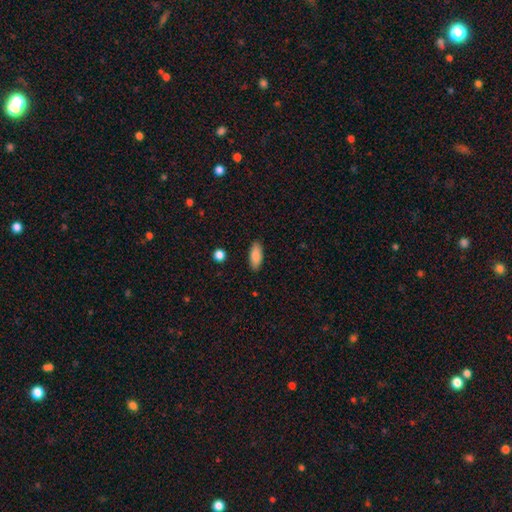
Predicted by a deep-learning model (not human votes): Overall: smooth (86%). How rounded: in between (76%). Merging: none (88%).